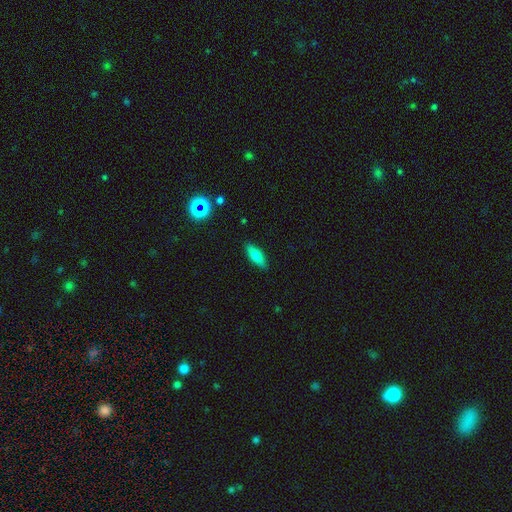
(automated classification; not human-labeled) This appears to be a smooth galaxy with no disk features (72%) that is in between round and cigar-shaped (58%). Merging: none (88%).